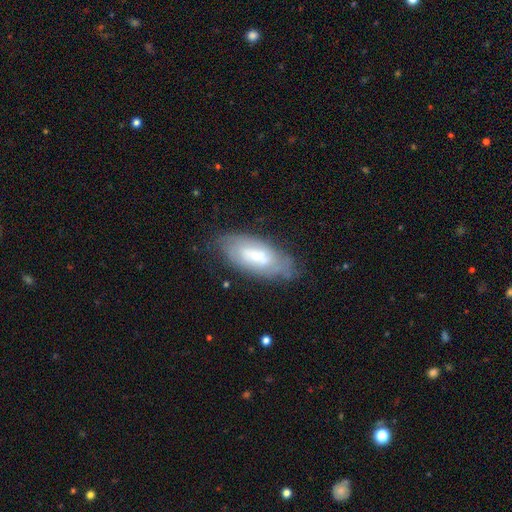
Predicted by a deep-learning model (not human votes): Smooth or featured? Predicted: smooth (p=0.48). Merging? Predicted: none (p=0.70).